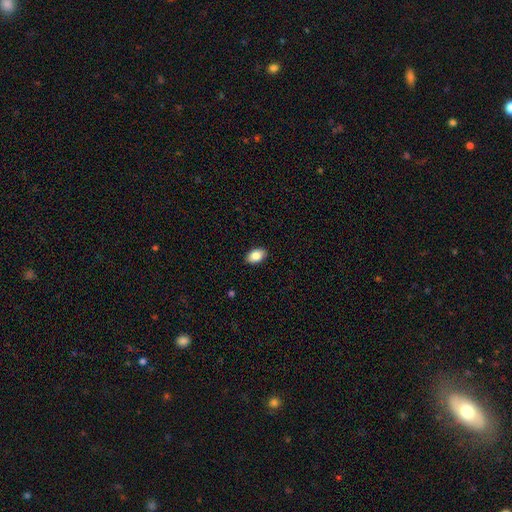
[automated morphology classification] A smooth galaxy with no disk features (87%) that is in between round and cigar-shaped (90%). Merging: none (89%).